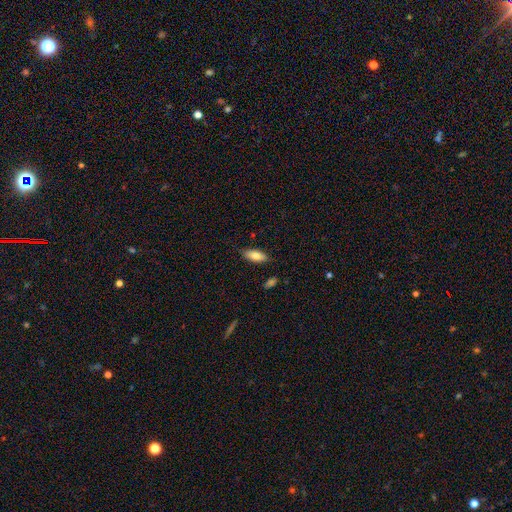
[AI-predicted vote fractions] Morphology: type=smooth (78%); roundness=in between (76%); merging=none (84%).